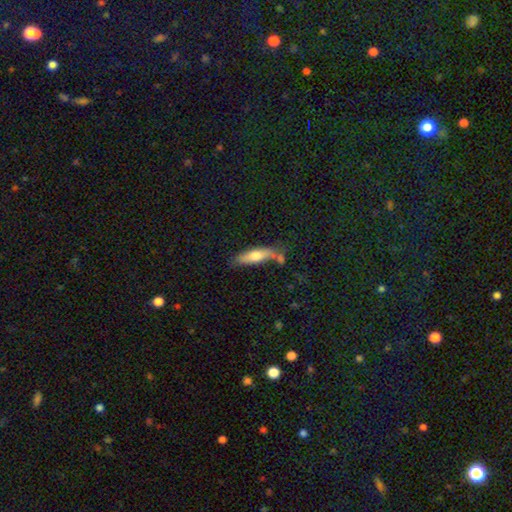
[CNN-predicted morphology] smooth_or_featured: smooth (p=0.64) [alt: featured or disk p=0.30]
how_rounded: cigar-shaped (p=0.59) [alt: in between p=0.38]
merging: none (p=0.58) [alt: minor disturbance p=0.21]